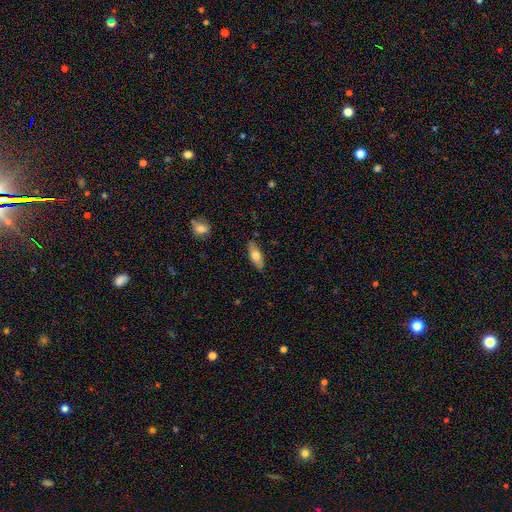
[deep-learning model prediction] The model was most divided on "how rounded": in between: 65%, cigar-shaped: 32%, round: 3%. More confident: merging — none (84%); smooth or featured — smooth (67%).